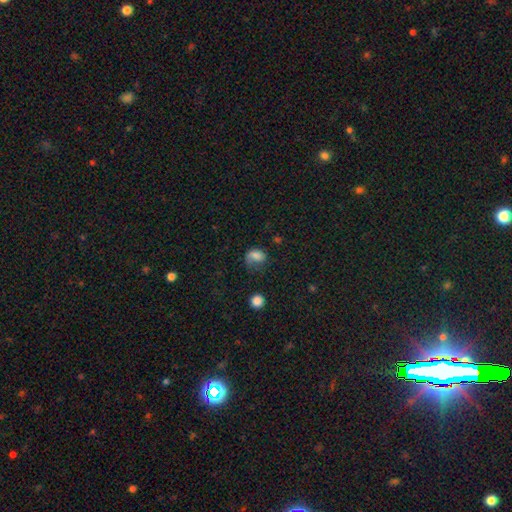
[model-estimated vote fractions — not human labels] A smooth galaxy with no disk features (71%) that is in between round and cigar-shaped (64%).

Vote fractions:
- Smooth or featured? smooth: 71% / featured or disk: 17% / star or artifact: 11%
- How rounded? in between: 64% / round: 35% / cigar-shaped: 1%
- Merging? none: 37% / major disturbance: 32% / minor disturbance: 28% / merger: 3%